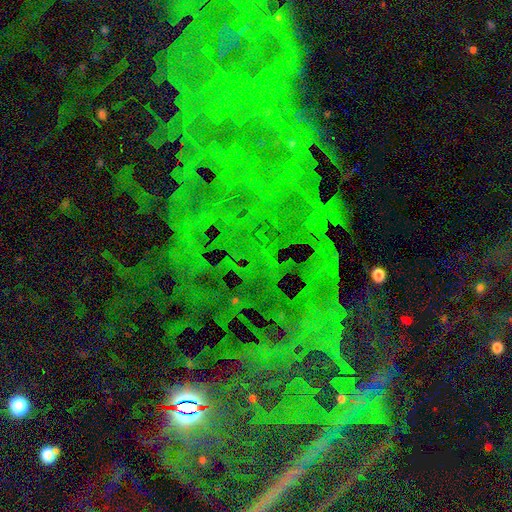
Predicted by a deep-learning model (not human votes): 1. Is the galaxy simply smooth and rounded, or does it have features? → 83% star or artifact, 10% featured or disk, 7% smooth.